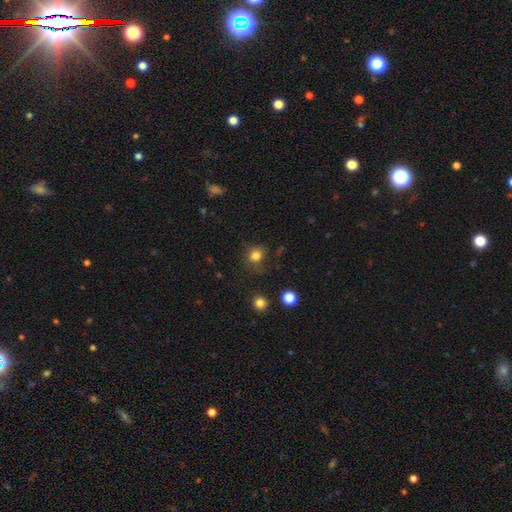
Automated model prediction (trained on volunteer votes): This is clearly a smooth galaxy (81%). How rounded: likely round (75%). Merging: likely none (70%).